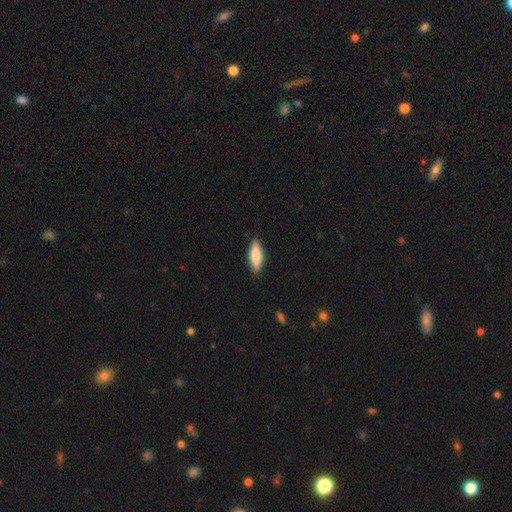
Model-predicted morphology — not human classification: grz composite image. It shows a smooth galaxy with no disk features (80%) that is in between round and cigar-shaped (57%). Merging: none (86%).